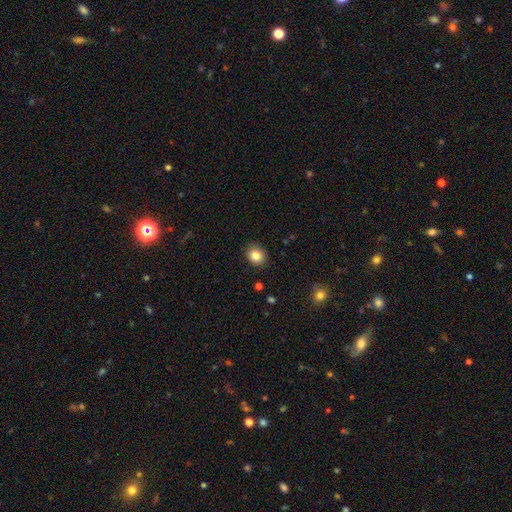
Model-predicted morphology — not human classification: This is clearly a smooth galaxy (84%). How rounded: likely round (66%). Merging: clearly none (89%).